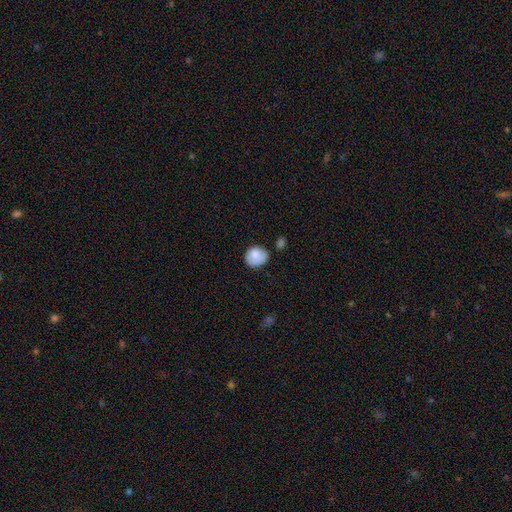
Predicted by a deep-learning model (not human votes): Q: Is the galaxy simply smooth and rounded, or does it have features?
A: smooth — 83%.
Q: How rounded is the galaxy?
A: round — 68%.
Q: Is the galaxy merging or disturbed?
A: none — 58%.